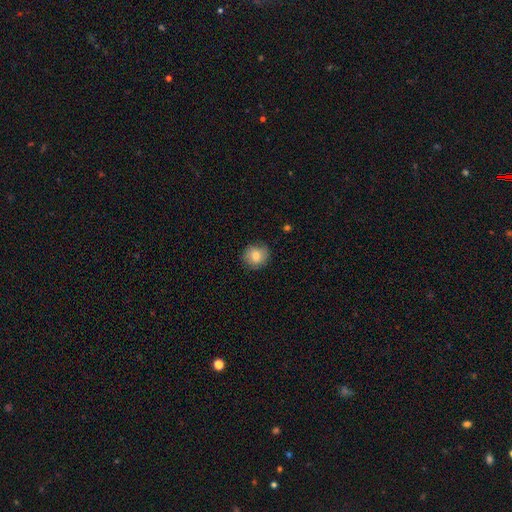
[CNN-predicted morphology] The model was most divided on "smooth or featured": smooth: 78%, featured or disk: 14%, star or artifact: 8%. More confident: how rounded — round (88%); merging — none (81%).